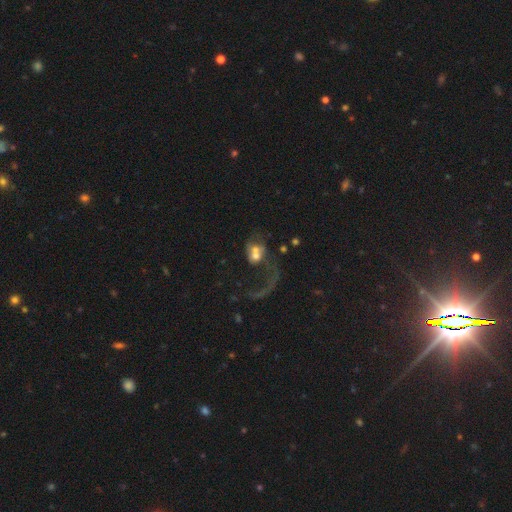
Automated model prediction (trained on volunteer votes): Smooth or featured?
  - featured or disk: 52% *
  - smooth: 37%
  - star or artifact: 11%
Edge-on disk?
  - no: 96% *
  - yes: 4%
Bar?
  - no: 76% *
  - weak: 19%
  - strong: 5%
Spiral arms?
  - yes: 55% *
  - no: 45%
Bulge size?
  - moderate: 48% *
  - small: 22%
  - large: 17%
  - none: 8%
  - dominant: 5%
Merging?
  - merger: 54% *
  - major disturbance: 27%
  - none: 13%
  - minor disturbance: 6%